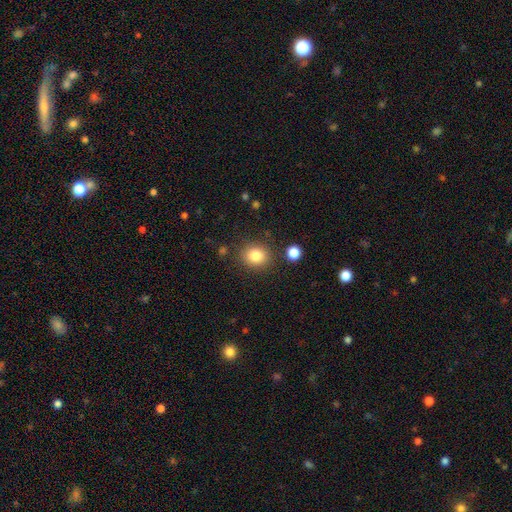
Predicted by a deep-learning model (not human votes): This appears to be a smooth galaxy with no disk features (83%) that is round (74%). Merging: none (84%).